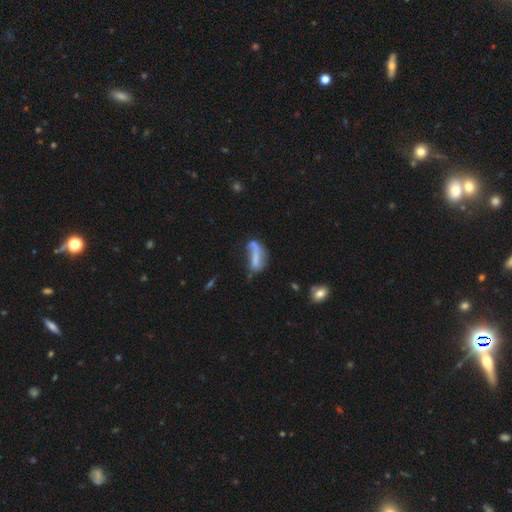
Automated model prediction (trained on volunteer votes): smooth-or-featured: smooth: 52% | featured or disk: 37% | star or artifact: 11%
  how-rounded: in between: 57% | cigar-shaped: 39% | round: 4%
  merging: major disturbance: 31% | none: 29% | minor disturbance: 24% | merger: 16%